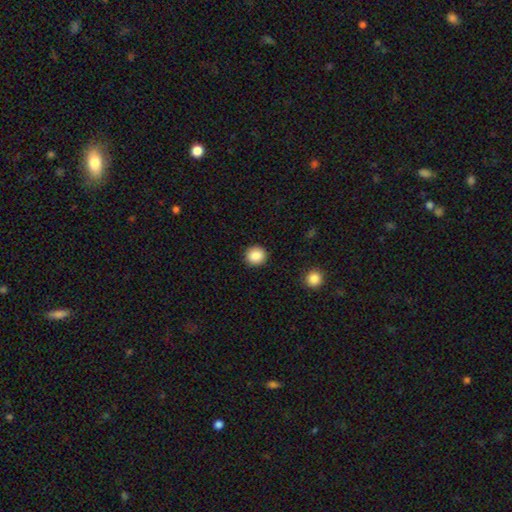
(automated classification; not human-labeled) Smooth or featured? smooth (88%)
How rounded? round (92%)
Merging? none (92%)